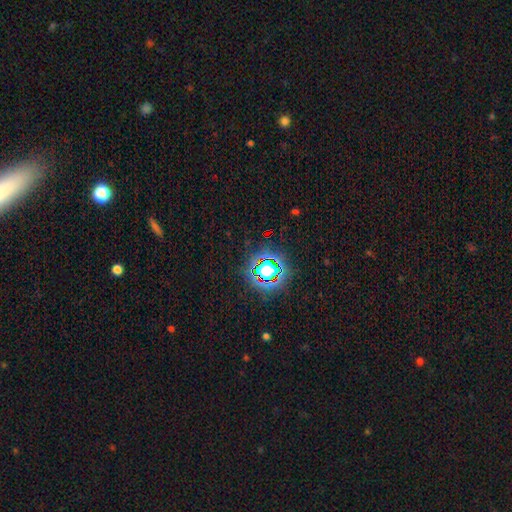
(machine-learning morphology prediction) smooth-or-featured: star or artifact: 82% | smooth: 11% | featured or disk: 7%